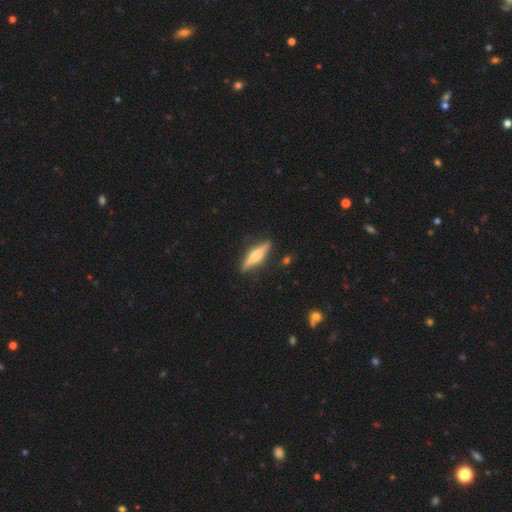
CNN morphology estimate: smooth-or-featured: featured or disk: 63% | smooth: 31% | star or artifact: 6%
  disk-edge-on: yes: 96% | no: 4%
    edge-on-bulge: rounded: 85% | boxy: 10% | none: 5%
  merging: none: 88% | minor disturbance: 9% | major disturbance: 2% | merger: 1%